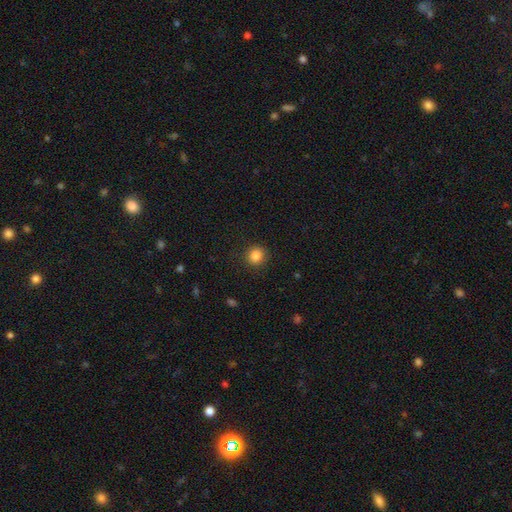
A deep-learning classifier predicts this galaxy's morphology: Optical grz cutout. It shows a smooth galaxy with no disk features (85%) that is round (87%). Merging: none (89%).